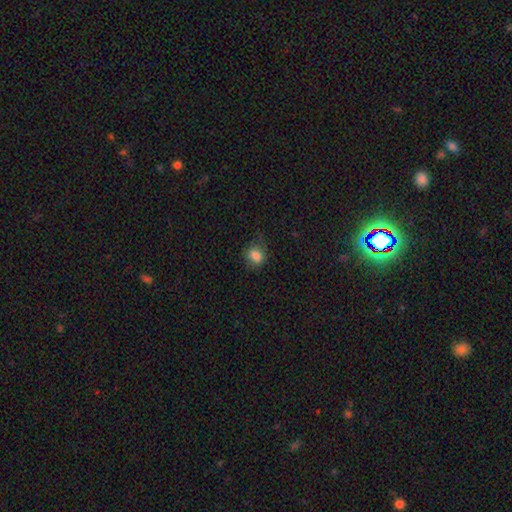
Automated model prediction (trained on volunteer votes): This appears to be a smooth galaxy with no disk features (82%) that is round (52%). Merging: none (64%).